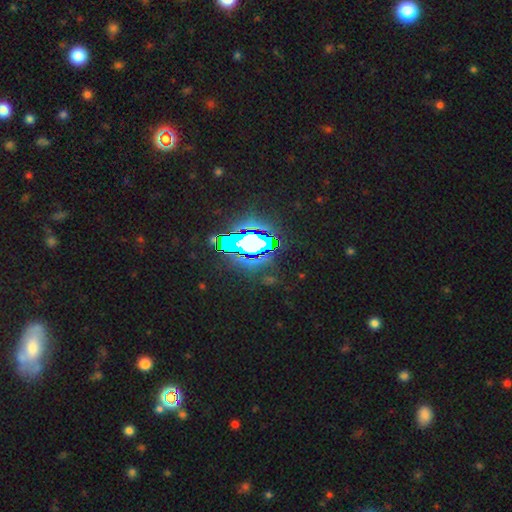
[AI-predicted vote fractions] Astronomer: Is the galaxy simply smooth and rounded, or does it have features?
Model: star or artifact — 76%.